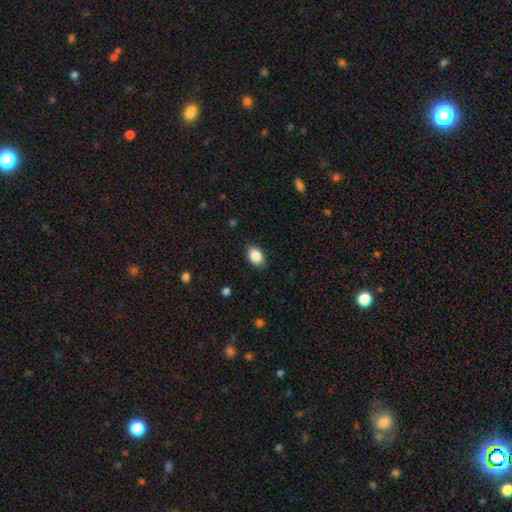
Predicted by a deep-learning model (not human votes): Smooth or featured? Predicted: smooth (p=0.87). How rounded? Predicted: in between (p=0.84). Merging? Predicted: none (p=0.86).